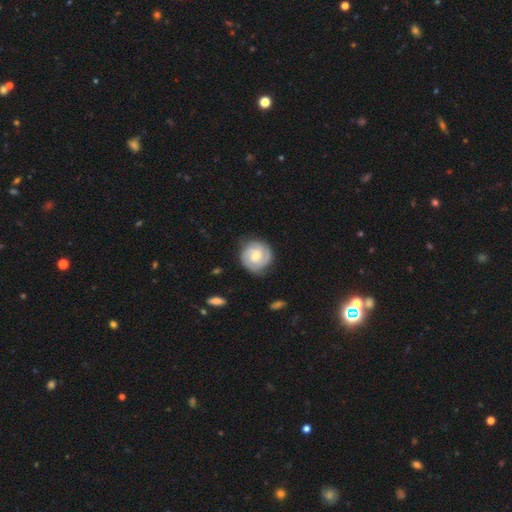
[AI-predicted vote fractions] This is likely a featured or disk galaxy (67%). It is clearly not viewed edge-on (98%). Bar: possibly no (53%). Spiral arm pattern: clearly yes (89%). Spiral arm count: likely 2 (62%). Spiral winding: likely tight (65%). Central bulge: possibly moderate (57%). Merging: likely none (77%).